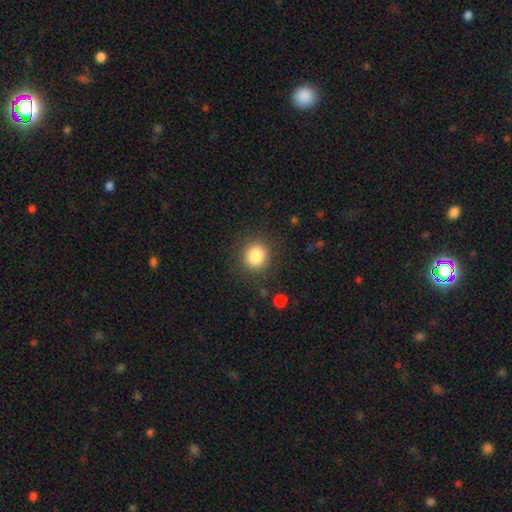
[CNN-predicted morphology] smooth-or-featured: smooth: 85% | star or artifact: 10% | featured or disk: 5%
  how-rounded: round: 86% | in between: 13% | cigar-shaped: 1%
  merging: none: 87% | minor disturbance: 8% | major disturbance: 3% | merger: 1%